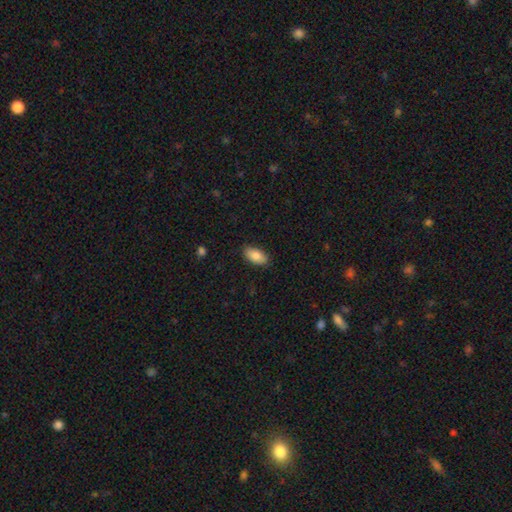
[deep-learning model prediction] Overall: smooth (85%). How rounded: in between (93%). Merging: none (86%).